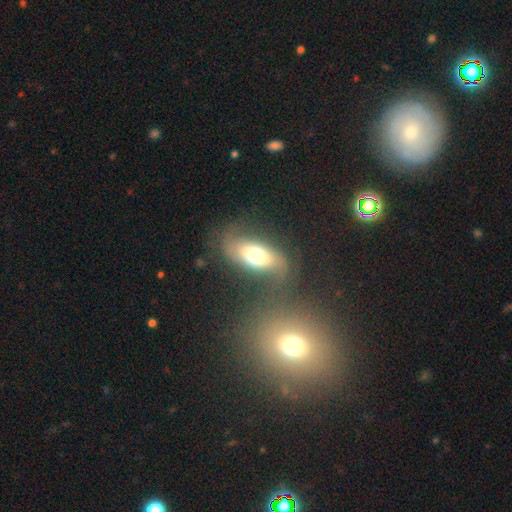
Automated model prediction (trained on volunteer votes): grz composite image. It shows a smooth galaxy with no disk features (46%). Merging: none (59%).